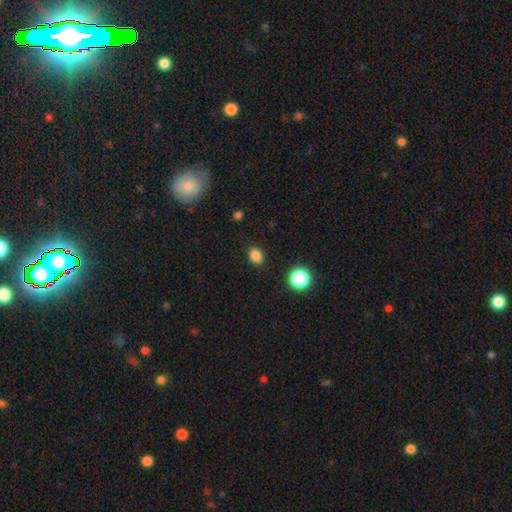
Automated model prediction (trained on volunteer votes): Morphology: type=smooth (84%); roundness=in between (65%); merging=none (88%).